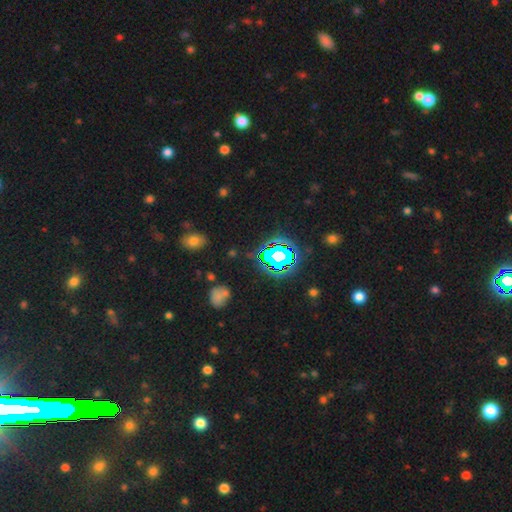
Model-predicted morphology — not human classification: smooth_or_featured: star or artifact (p=0.76) [alt: smooth p=0.16]